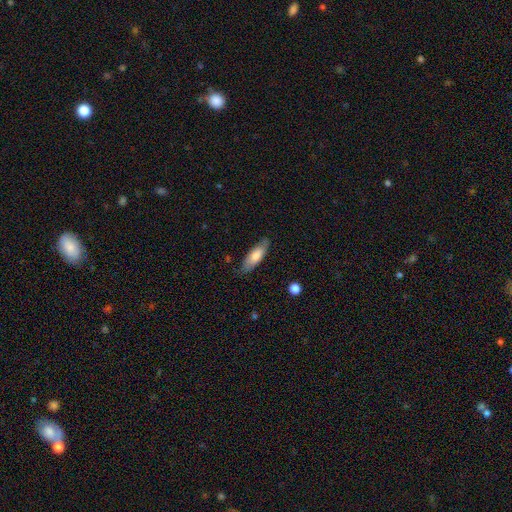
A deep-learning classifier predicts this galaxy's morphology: This is likely a smooth galaxy (72%). How rounded: likely in between (61%). Merging: likely none (78%).